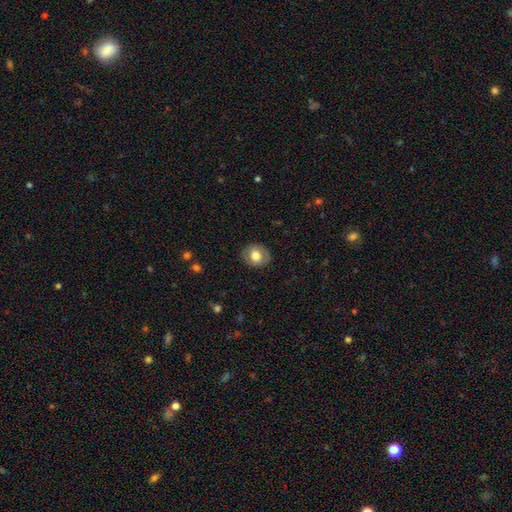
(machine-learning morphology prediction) The model was most divided on "how rounded": round: 62%, in between: 37%, cigar-shaped: 1%. More confident: merging — none (85%); smooth or featured — smooth (70%).